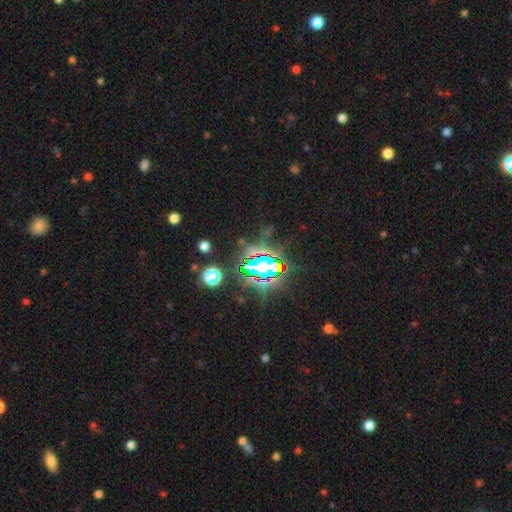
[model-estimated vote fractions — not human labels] This is likely a star or artifact rather than a galaxy (72%).